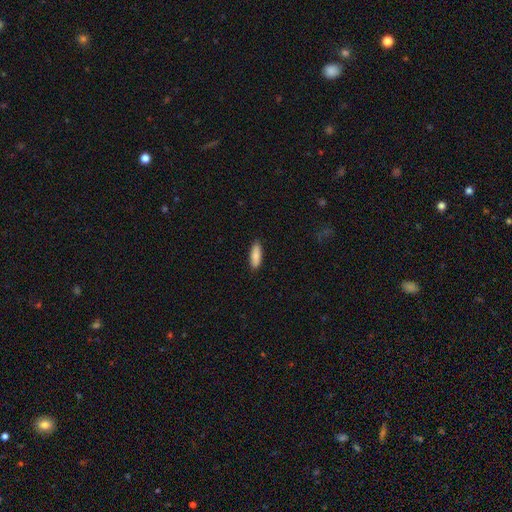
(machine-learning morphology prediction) type=smooth (86%); roundness=in between (58%); merging=none (88%).